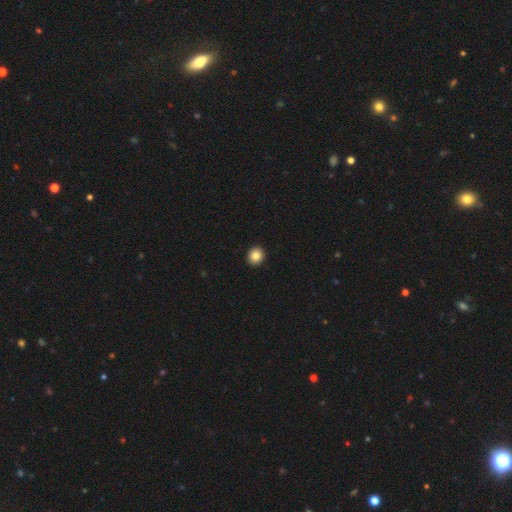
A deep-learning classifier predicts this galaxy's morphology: Smooth or featured? smooth (85%)
How rounded? round (84%)
Merging? none (94%)